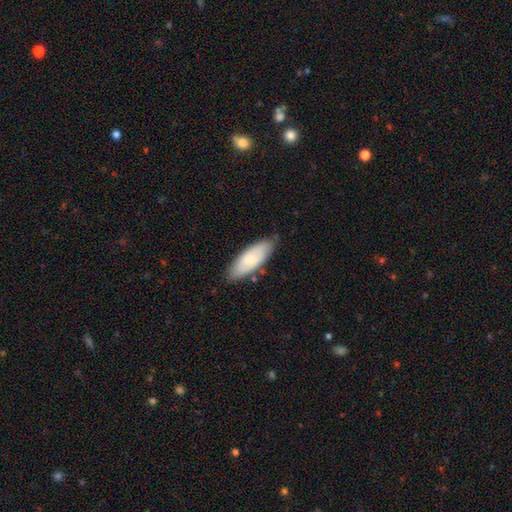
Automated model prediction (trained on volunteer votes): A smooth galaxy with no disk features (76%) that is in between round and cigar-shaped (70%).

Vote fractions:
- Smooth or featured? smooth: 76% / featured or disk: 18% / star or artifact: 6%
- How rounded? in between: 70% / cigar-shaped: 28% / round: 2%
- Merging? none: 78% / minor disturbance: 17% / major disturbance: 3% / merger: 2%